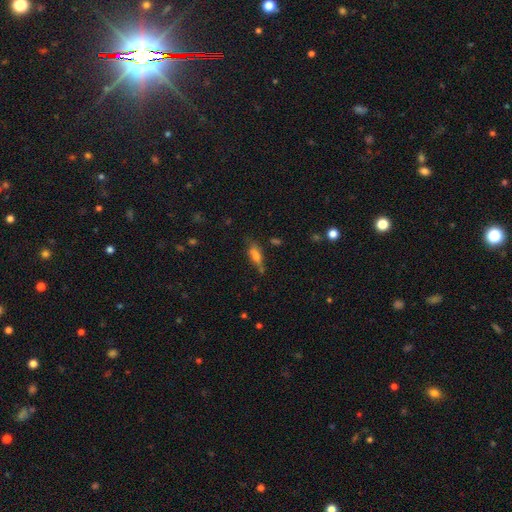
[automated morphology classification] A smooth galaxy with no disk features (59%) that is in between round and cigar-shaped (50%).

Vote fractions:
- Smooth or featured? smooth: 59% / featured or disk: 31% / star or artifact: 10%
- How rounded? in between: 50% / cigar-shaped: 46% / round: 3%
- Merging? none: 62% / minor disturbance: 26% / major disturbance: 8% / merger: 5%